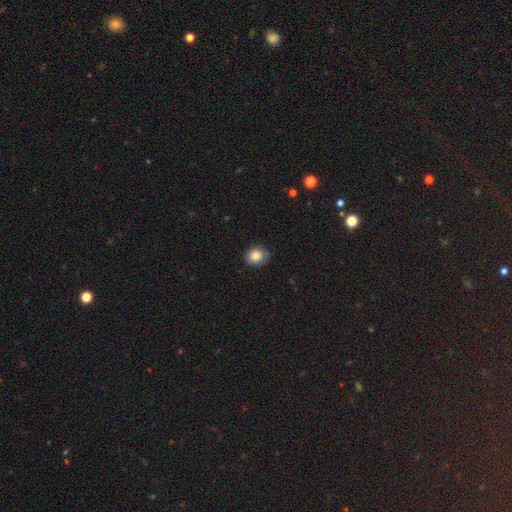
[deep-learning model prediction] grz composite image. It shows a smooth galaxy with no disk features (85%) that is round (73%). Merging: none (81%).